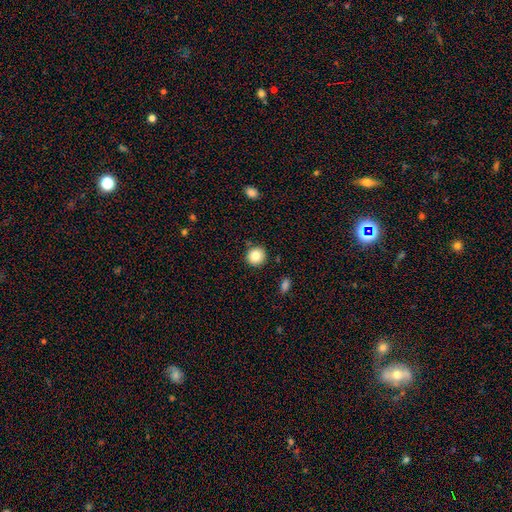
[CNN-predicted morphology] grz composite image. It shows a smooth galaxy with no disk features (83%) that is round (92%). Merging: none (87%).